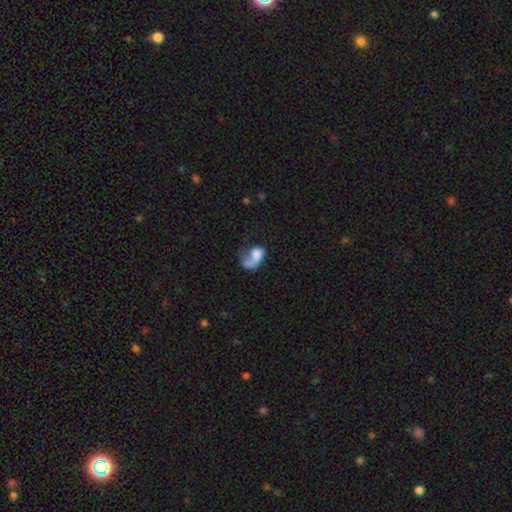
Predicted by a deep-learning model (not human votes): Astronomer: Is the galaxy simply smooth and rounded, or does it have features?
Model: smooth — 49% (runner-up: featured or disk, 42%).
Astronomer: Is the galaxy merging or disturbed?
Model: major disturbance — 49% (runner-up: none, 25%).